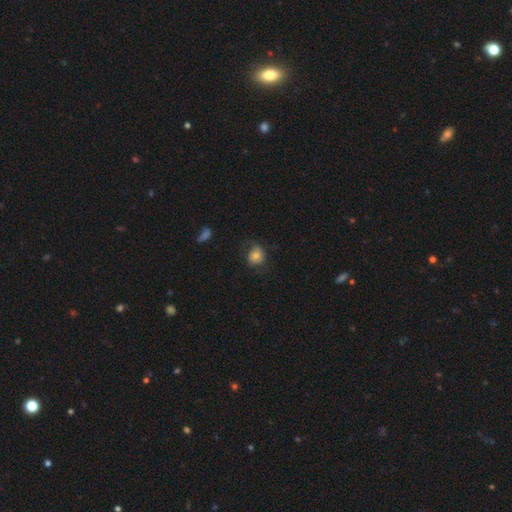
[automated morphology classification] A smooth galaxy with no disk features (75%) that is round (66%).

Vote fractions:
- Smooth or featured? smooth: 75% / featured or disk: 15% / star or artifact: 9%
- How rounded? round: 66% / in between: 33% / cigar-shaped: 1%
- Merging? none: 61% / minor disturbance: 24% / major disturbance: 13% / merger: 2%